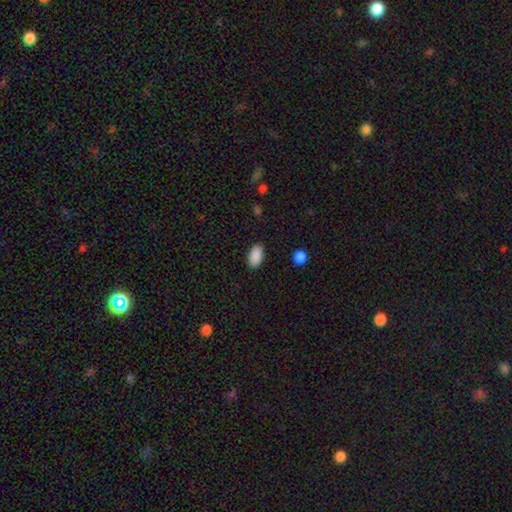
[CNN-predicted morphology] Smooth or featured?
  - smooth: 90% *
  - star or artifact: 7%
  - featured or disk: 3%
How rounded?
  - in between: 94% *
  - round: 4%
  - cigar-shaped: 2%
Merging?
  - none: 89% *
  - minor disturbance: 8%
  - major disturbance: 2%
  - merger: 1%